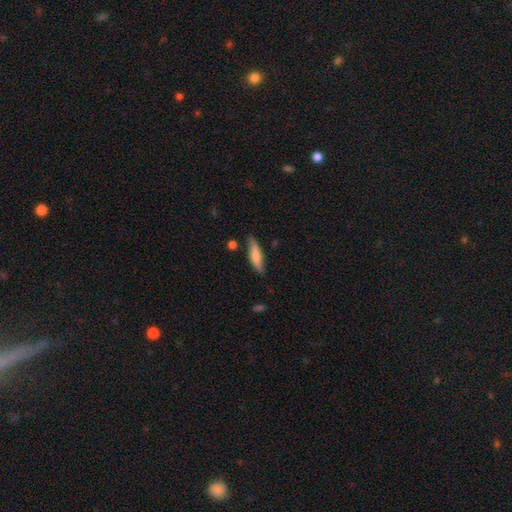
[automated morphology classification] smooth_or_featured: smooth (p=0.65) [alt: featured or disk p=0.29]
how_rounded: cigar-shaped (p=0.69) [alt: in between p=0.29]
merging: none (p=0.80) [alt: minor disturbance p=0.15]